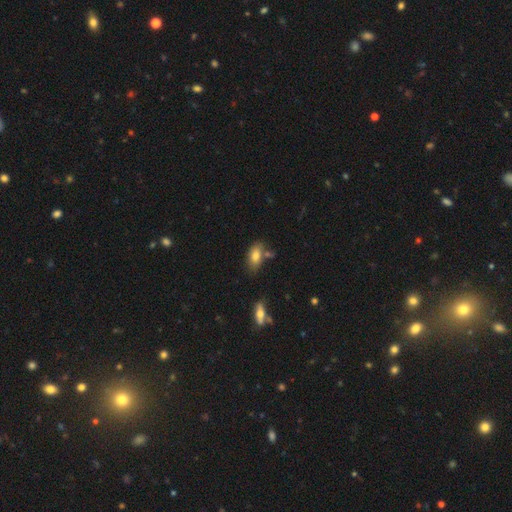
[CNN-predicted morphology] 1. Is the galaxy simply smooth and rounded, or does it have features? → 79% smooth, 13% featured or disk, 8% star or artifact.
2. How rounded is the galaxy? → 89% in between, 6% round, 5% cigar-shaped.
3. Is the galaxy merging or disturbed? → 66% none, 17% minor disturbance, 13% merger, 4% major disturbance.